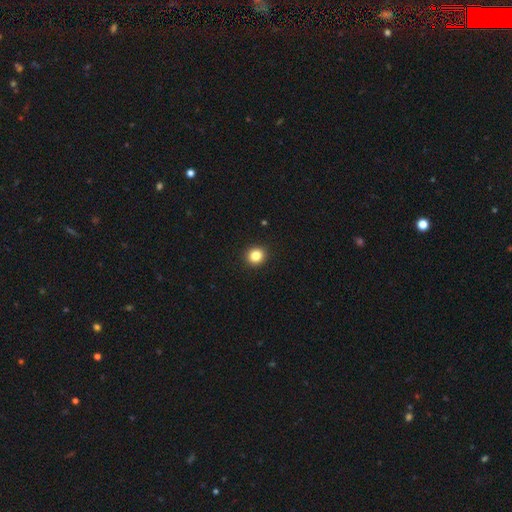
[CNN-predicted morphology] Smooth or featured: smooth — 84% (star or artifact — 11%)
How rounded: round — 87% (in between — 12%)
Merging: none — 93% (minor disturbance — 4%)